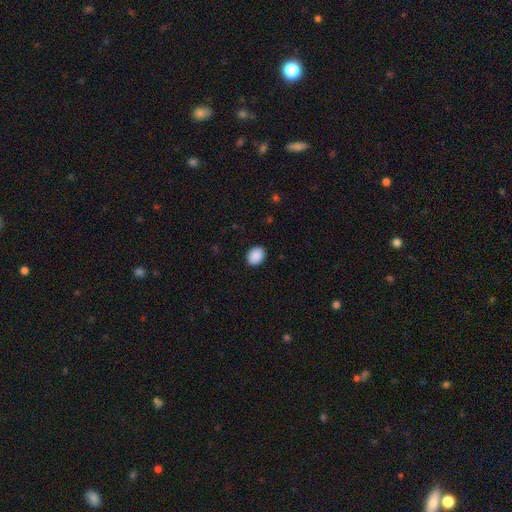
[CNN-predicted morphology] Smooth or featured?
  - smooth: 90% *
  - star or artifact: 7%
  - featured or disk: 2%
How rounded?
  - in between: 60% *
  - round: 40%
  - cigar-shaped: 1%
Merging?
  - none: 90% *
  - minor disturbance: 7%
  - major disturbance: 2%
  - merger: 1%